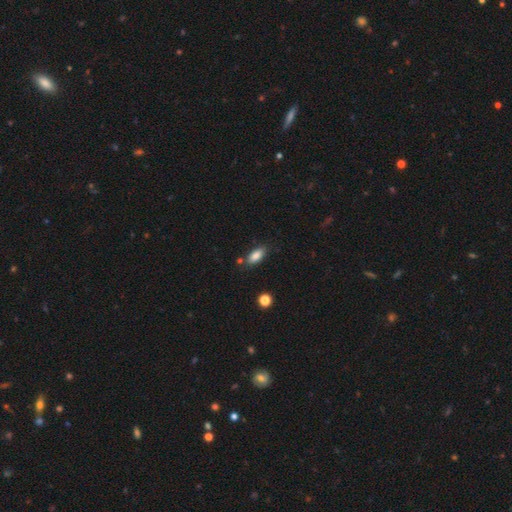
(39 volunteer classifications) Smooth or featured?
  - smooth: 82% *
  - featured or disk: 10%
  - star or artifact: 8%
How rounded?
  - in between: 88% *
  - cigar-shaped: 12%
  - round: 0%
Merging?
  - none: 69% *
  - minor disturbance: 22%
  - merger: 8%
  - major disturbance: 0%